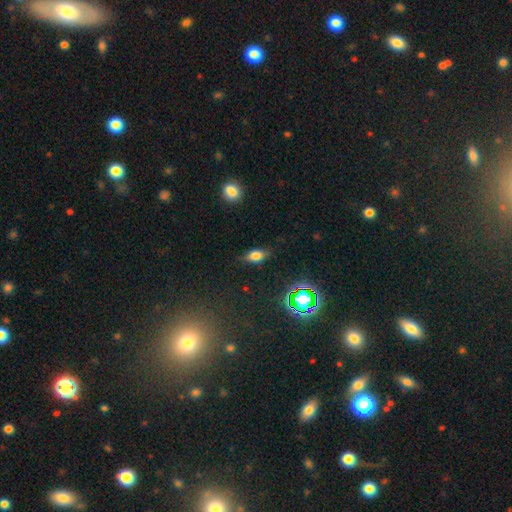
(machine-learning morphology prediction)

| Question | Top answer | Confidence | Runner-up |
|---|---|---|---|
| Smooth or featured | smooth | 68% | featured or disk (17%) |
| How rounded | in between | 82% | cigar-shaped (10%) |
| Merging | none | 76% | minor disturbance (18%) |